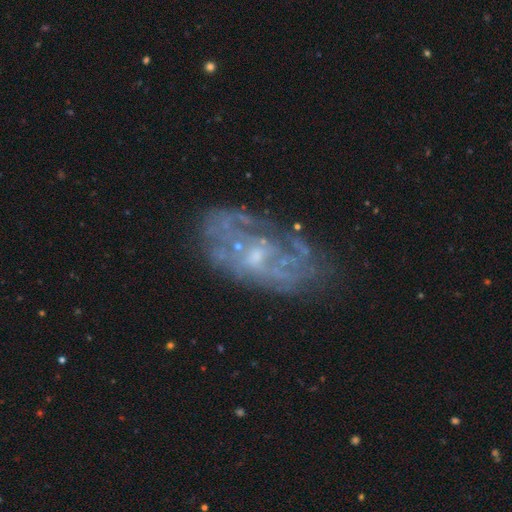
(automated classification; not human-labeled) Morphology: type=featured or disk (73%); edge-on=no (95%); bar=no (73%); spiral arms=no (53%); bulge=small (61%); merging=none (62%).